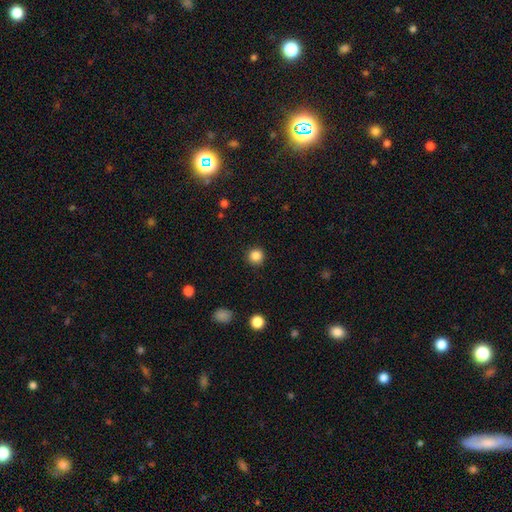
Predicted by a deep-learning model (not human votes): Smooth or featured? smooth (86%)
How rounded? round (94%)
Merging? none (91%)